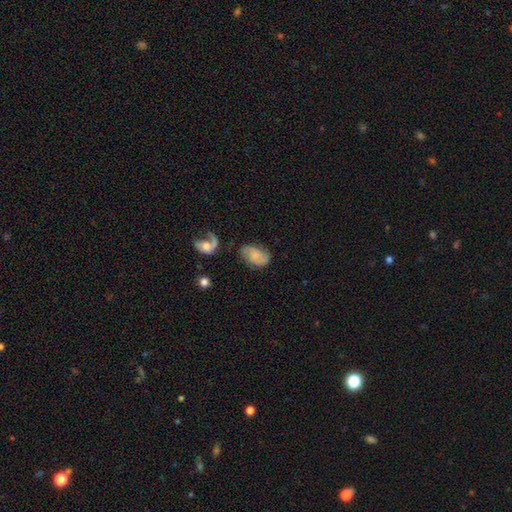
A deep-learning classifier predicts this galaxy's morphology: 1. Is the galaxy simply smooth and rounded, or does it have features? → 52% featured or disk, 40% smooth, 9% star or artifact.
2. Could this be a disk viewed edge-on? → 96% no, 4% yes.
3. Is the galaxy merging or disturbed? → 62% none, 21% minor disturbance, 11% major disturbance, 6% merger.